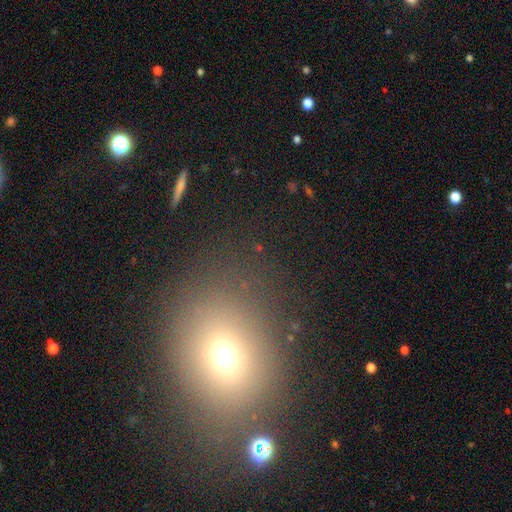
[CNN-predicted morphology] Overall: smooth (58%; star or artifact 30%). How rounded: round (53%; in between 45%). Merging: none (79%).